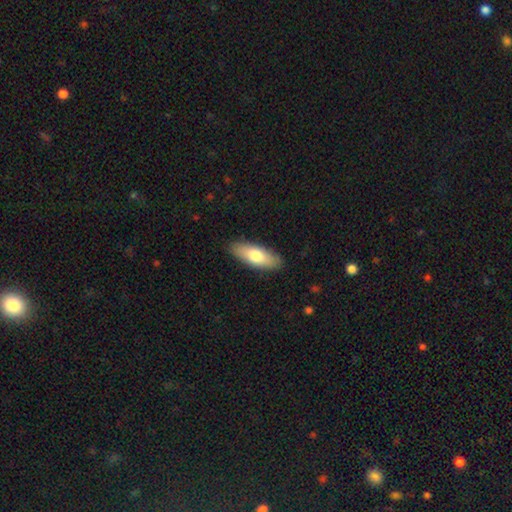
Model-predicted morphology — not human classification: Smooth or featured: smooth — 75% (featured or disk — 19%)
How rounded: in between — 70% (cigar-shaped — 28%)
Merging: none — 88% (minor disturbance — 9%)